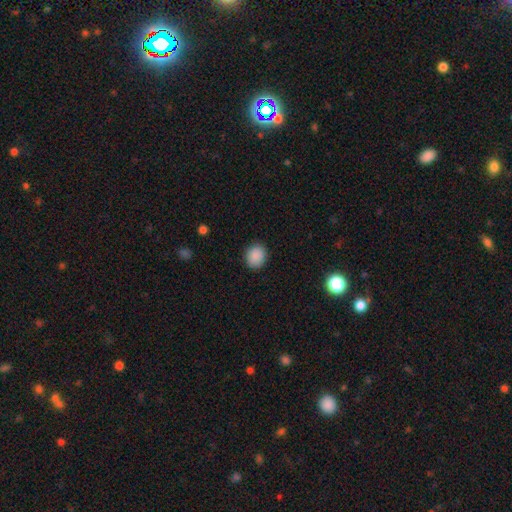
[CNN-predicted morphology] smooth 89%, star or artifact 8%, featured or disk 3%. Down the decision tree: how rounded — round (70%); merging — none (89%).